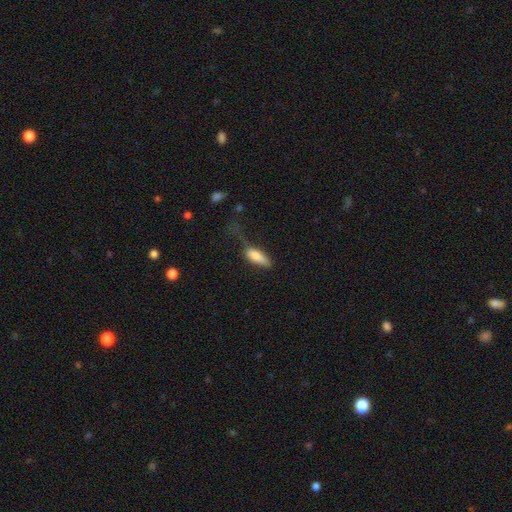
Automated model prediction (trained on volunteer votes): The model was most divided on "merging": minor disturbance: 34%, none: 33%, major disturbance: 29%, merger: 4%. More confident: smooth or featured — smooth (80%); how rounded — in between (70%).